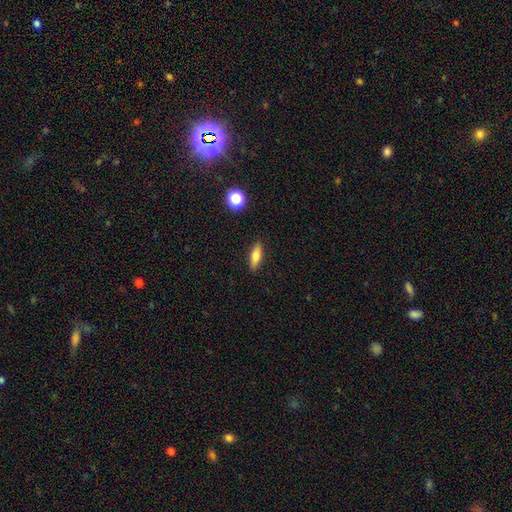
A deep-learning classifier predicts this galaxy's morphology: A smooth galaxy with no disk features (72%) that is in between round and cigar-shaped (55%). Merging: none (89%).